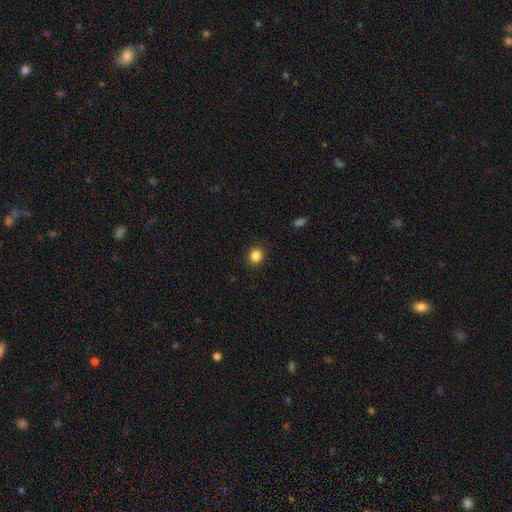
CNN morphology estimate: Smooth or featured? Predicted: smooth (p=0.85). How rounded? Predicted: round (p=0.84). Merging? Predicted: none (p=0.90).